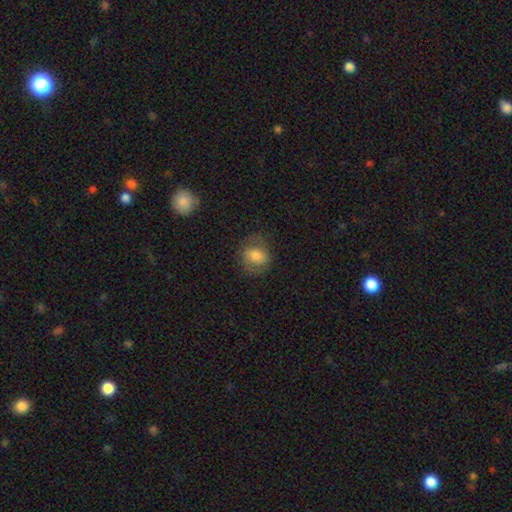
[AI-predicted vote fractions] Smooth or featured? smooth (72%)
How rounded? round (66%)
Merging? none (71%)